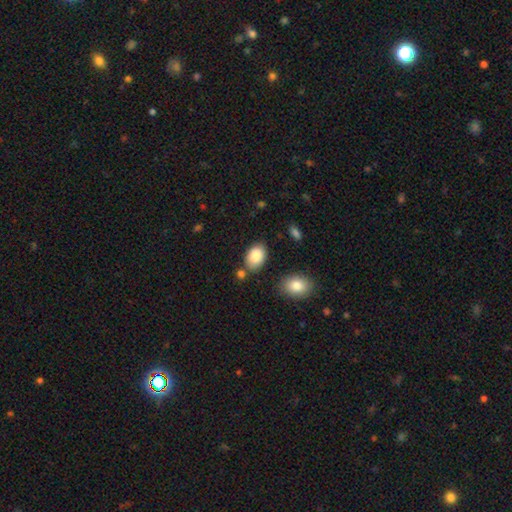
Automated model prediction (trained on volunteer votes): This is clearly a smooth galaxy (87%). How rounded: clearly in between (89%). Merging: likely none (73%).